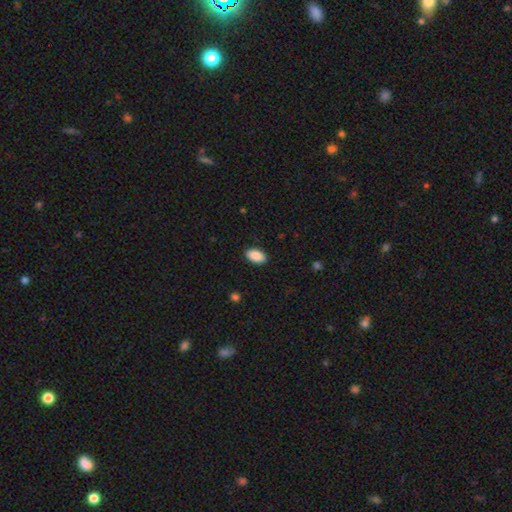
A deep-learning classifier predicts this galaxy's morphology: smooth_or_featured: smooth (p=0.90) [alt: star or artifact p=0.07]
how_rounded: in between (p=0.94) [alt: round p=0.04]
merging: none (p=0.89) [alt: minor disturbance p=0.08]